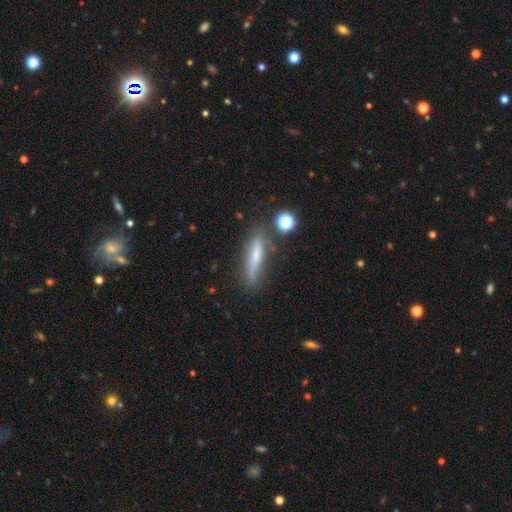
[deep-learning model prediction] Smooth or featured? Predicted: featured or disk (p=0.45, tied with smooth). Merging? Predicted: none (p=0.74).